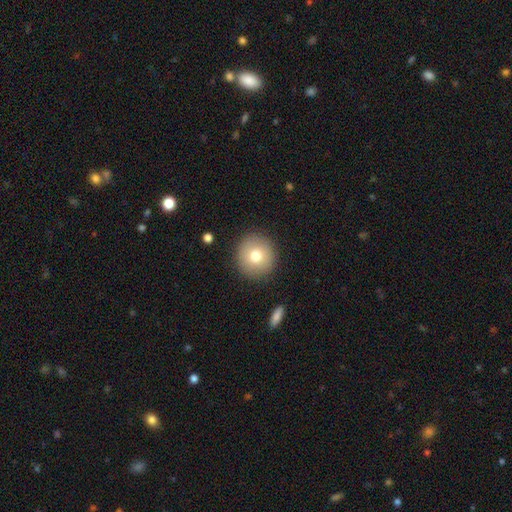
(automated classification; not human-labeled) smooth-or-featured: smooth: 75% | featured or disk: 15% | star or artifact: 10%
  how-rounded: round: 94% | in between: 5% | cigar-shaped: 1%
  merging: none: 90% | minor disturbance: 6% | major disturbance: 2% | merger: 1%